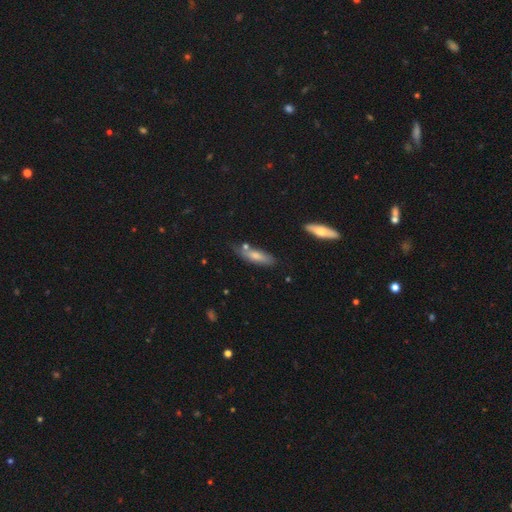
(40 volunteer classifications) Smooth or featured?
  - smooth: 70% *
  - featured or disk: 25%
  - star or artifact: 5%
How rounded?
  - in between: 68% *
  - cigar-shaped: 32%
  - round: 0%
Merging?
  - none: 68% *
  - minor disturbance: 16%
  - merger: 11%
  - major disturbance: 5%